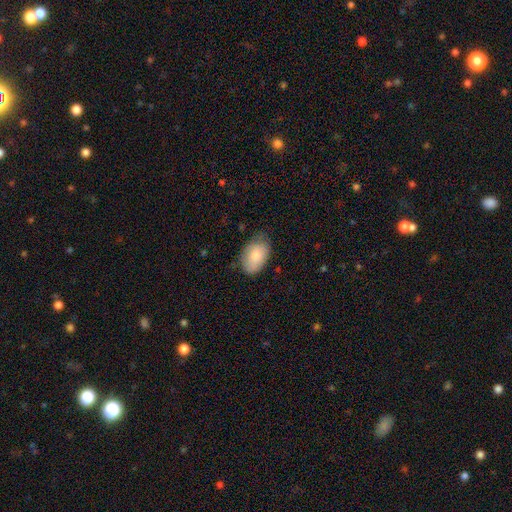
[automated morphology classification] Smooth or featured? smooth (83%)
How rounded? in between (89%)
Merging? none (70%)